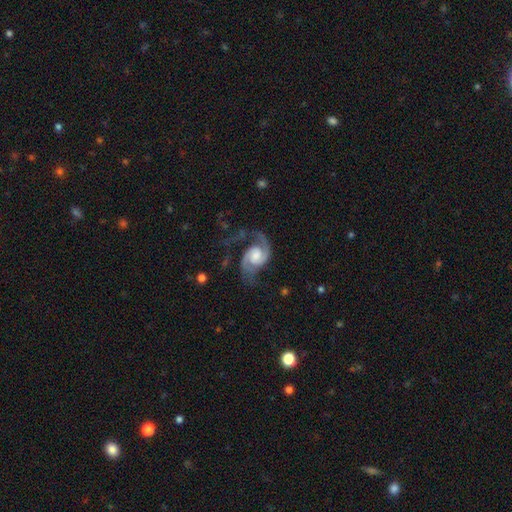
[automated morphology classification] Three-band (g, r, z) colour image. It shows a featured or disk galaxy (91%) with no bar (57%), 2 (92%) medium (53%) spiral arms (98%) and a moderate central bulge (41%). Merging: none (59%).